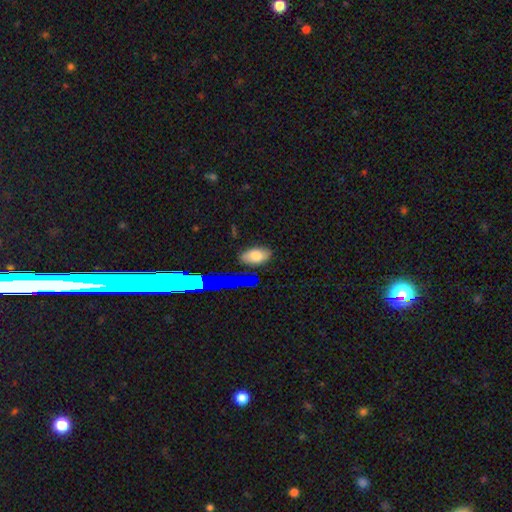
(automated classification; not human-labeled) This is likely a smooth galaxy (75%). How rounded: clearly in between (91%). Merging: likely none (77%).